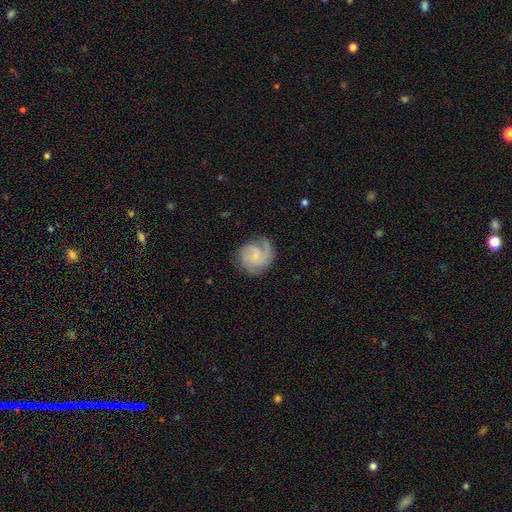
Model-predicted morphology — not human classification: Smooth or featured: featured or disk — 66% (smooth — 27%)
Edge-on disk: no — 98% (yes — 2%)
Bar: no — 60% (weak — 35%)
Spiral arms: yes — 93% (no — 7%)
Spiral winding: tight — 42% (medium — 40%)
Spiral arm count: 2 — 30% (1 — 28%)
Bulge size: small — 43% (none — 40%)
Merging: none — 65% (minor disturbance — 21%)